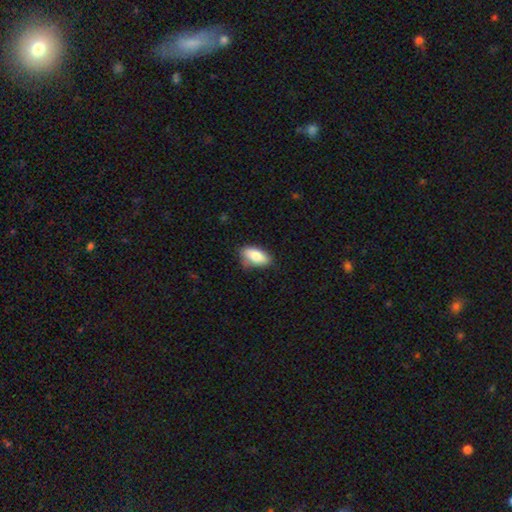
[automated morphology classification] Smooth or featured: smooth — 81% (featured or disk — 12%)
How rounded: in between — 89% (cigar-shaped — 7%)
Merging: none — 70% (minor disturbance — 24%)